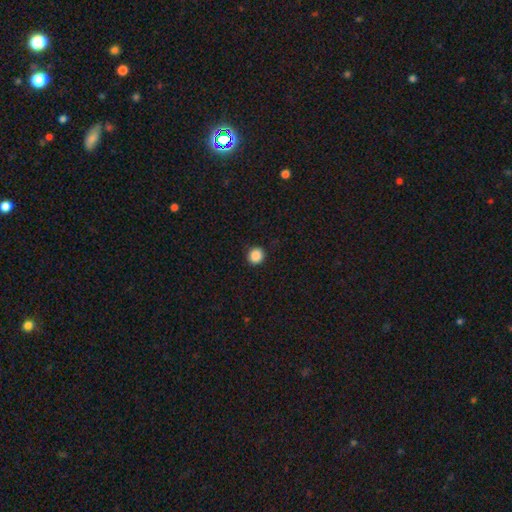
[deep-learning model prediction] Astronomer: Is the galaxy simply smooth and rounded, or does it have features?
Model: smooth — 88%.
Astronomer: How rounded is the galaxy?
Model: round — 92%.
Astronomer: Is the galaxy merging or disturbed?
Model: none — 91%.